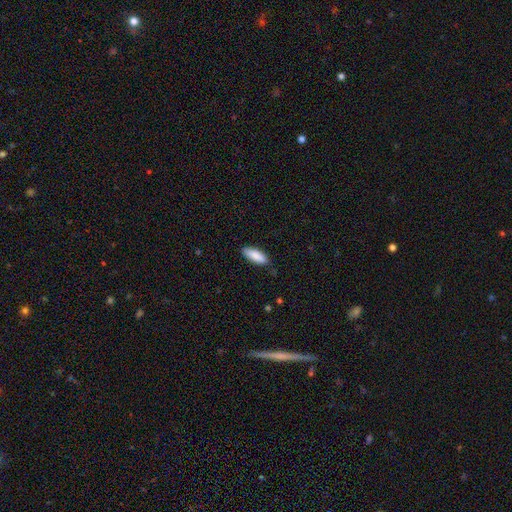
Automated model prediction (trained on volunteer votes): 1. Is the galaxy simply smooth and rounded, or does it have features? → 88% smooth, 6% featured or disk, 6% star or artifact.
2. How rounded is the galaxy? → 66% in between, 33% cigar-shaped, 1% round.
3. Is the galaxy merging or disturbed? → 83% none, 14% minor disturbance, 2% major disturbance, 1% merger.